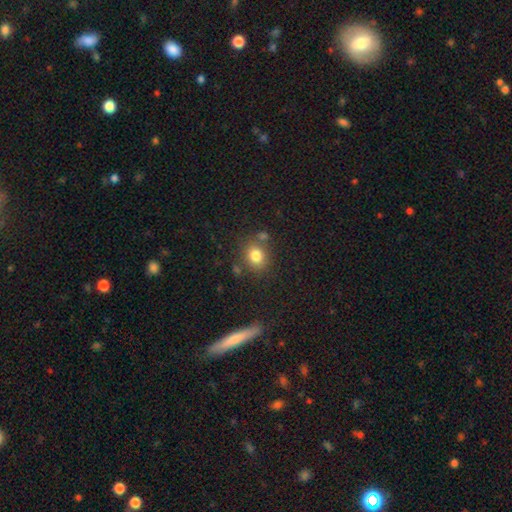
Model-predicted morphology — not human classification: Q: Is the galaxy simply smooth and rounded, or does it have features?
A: smooth — 80%.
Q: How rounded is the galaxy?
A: round — 62%.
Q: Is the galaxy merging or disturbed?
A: none — 73%.